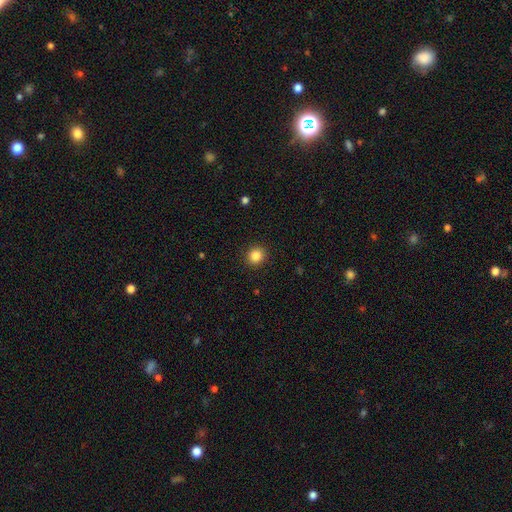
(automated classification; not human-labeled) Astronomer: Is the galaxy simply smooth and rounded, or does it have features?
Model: smooth — 85%.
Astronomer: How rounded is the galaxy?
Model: round — 85%.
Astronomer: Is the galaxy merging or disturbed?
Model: none — 91%.